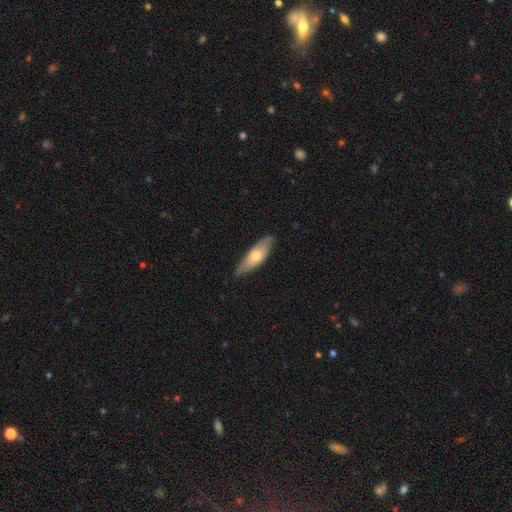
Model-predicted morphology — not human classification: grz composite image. It shows a smooth galaxy with no disk features (58%) that is in between round and cigar-shaped (59%). Merging: none (75%).